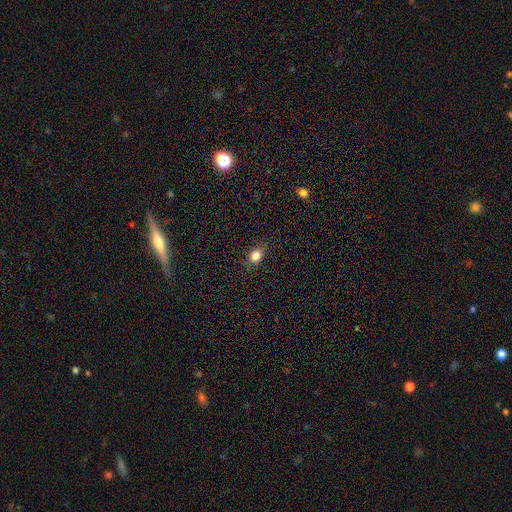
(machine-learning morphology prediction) Smooth or featured? smooth (79%)
How rounded? in between (50%)
Merging? none (85%)